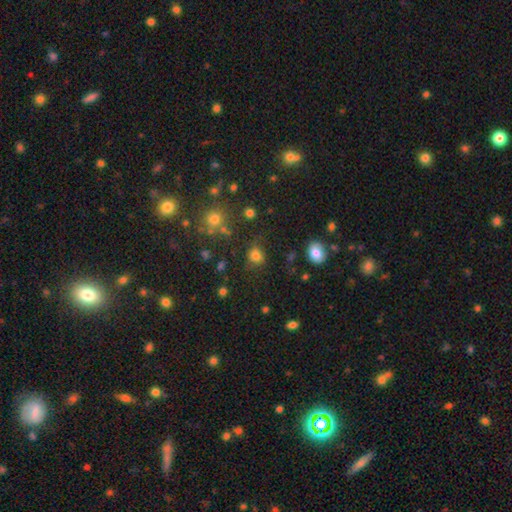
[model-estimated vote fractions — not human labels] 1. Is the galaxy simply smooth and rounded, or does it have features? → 75% smooth, 17% star or artifact, 8% featured or disk.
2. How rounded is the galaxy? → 66% round, 32% in between, 1% cigar-shaped.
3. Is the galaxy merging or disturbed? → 67% none, 19% minor disturbance, 8% major disturbance, 6% merger.